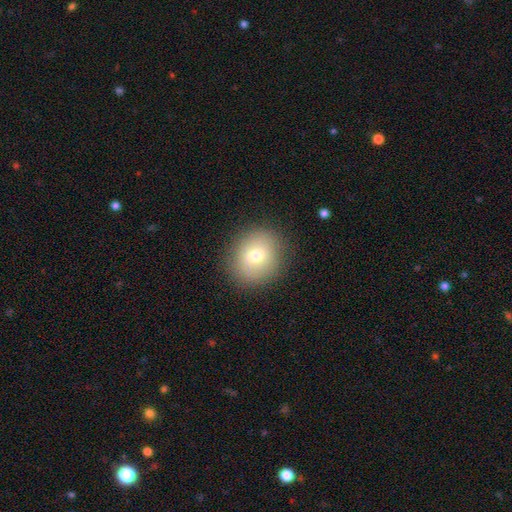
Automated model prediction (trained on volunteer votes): Smooth or featured: smooth — 70% (featured or disk — 18%)
How rounded: round — 79% (in between — 20%)
Merging: none — 88% (minor disturbance — 8%)